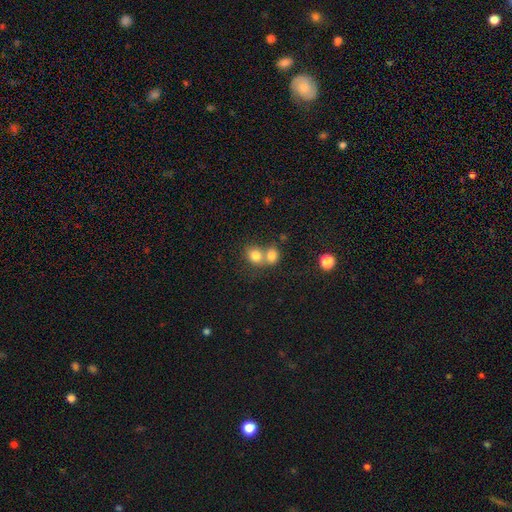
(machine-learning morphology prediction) Smooth or featured? Predicted: smooth (p=0.79). How rounded? Predicted: round (p=0.63). Merging? Predicted: merger (p=0.60).